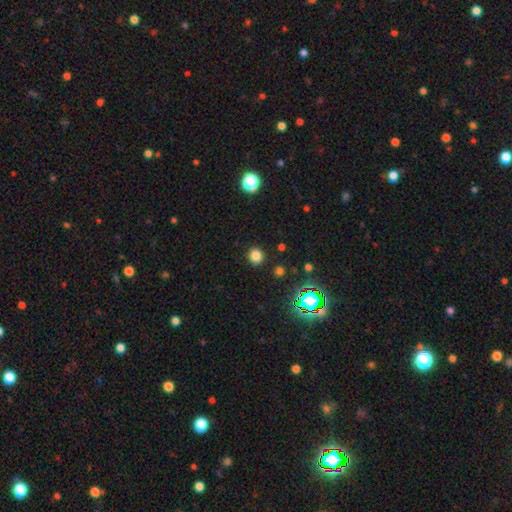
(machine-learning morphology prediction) smooth_or_featured: smooth (p=0.80) [alt: star or artifact p=0.16]
how_rounded: round (p=0.88) [alt: in between p=0.11]
merging: none (p=0.90) [alt: minor disturbance p=0.06]